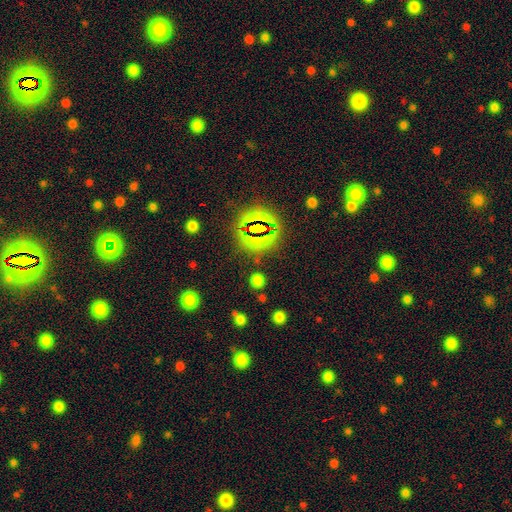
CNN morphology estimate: Smooth or featured: star or artifact — 71% (smooth — 18%)